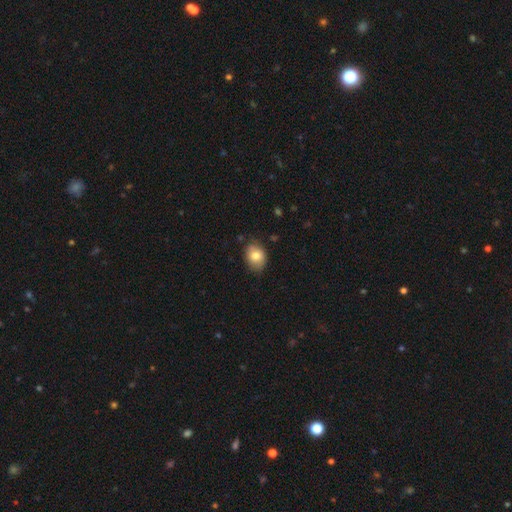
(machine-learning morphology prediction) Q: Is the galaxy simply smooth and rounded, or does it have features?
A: smooth — 81%.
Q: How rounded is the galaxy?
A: in between — 67%.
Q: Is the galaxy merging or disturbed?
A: none — 77%.